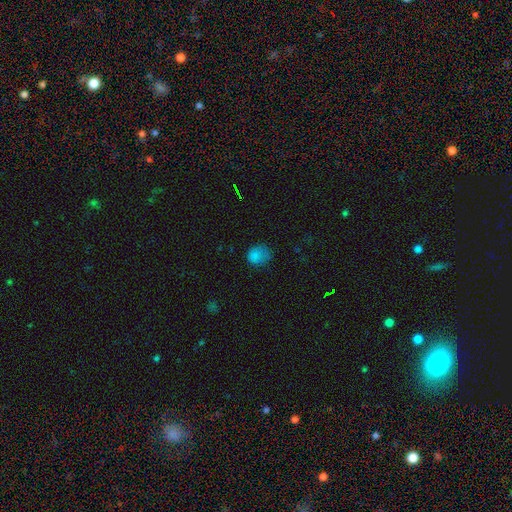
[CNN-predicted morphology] A smooth galaxy with no disk features (78%) that is round (65%). Merging: none (51%).